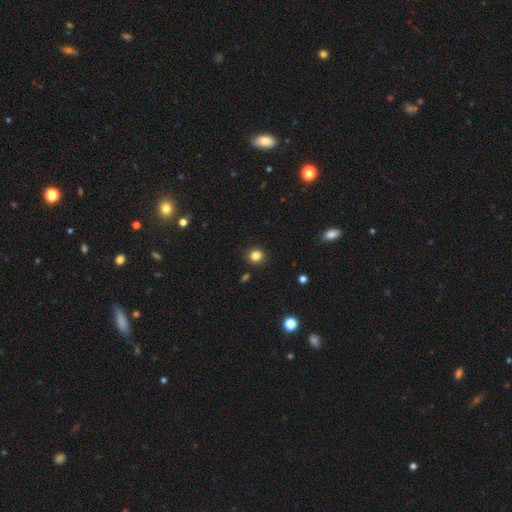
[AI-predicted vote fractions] smooth 83%, star or artifact 12%, featured or disk 5%. Down the decision tree: how rounded — round (81%); merging — none (89%).